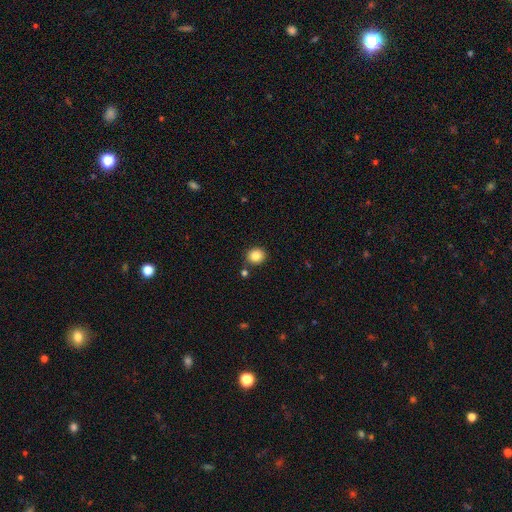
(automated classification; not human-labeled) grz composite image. It shows a smooth galaxy with no disk features (85%) that is round (80%). Merging: none (81%).